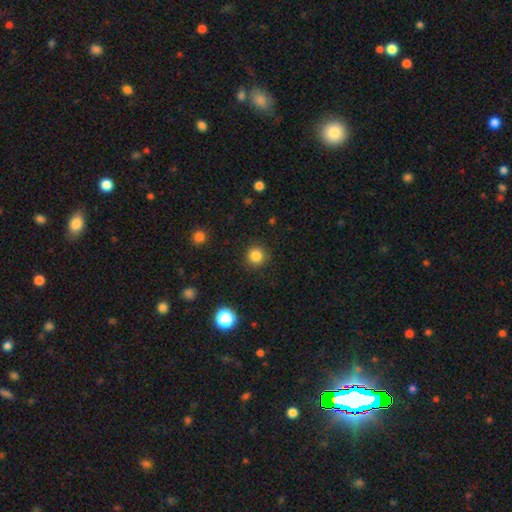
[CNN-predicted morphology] Smooth or featured?
  - smooth: 84% *
  - star or artifact: 12%
  - featured or disk: 4%
How rounded?
  - round: 94% *
  - in between: 5%
  - cigar-shaped: 1%
Merging?
  - none: 90% *
  - minor disturbance: 6%
  - major disturbance: 2%
  - merger: 1%